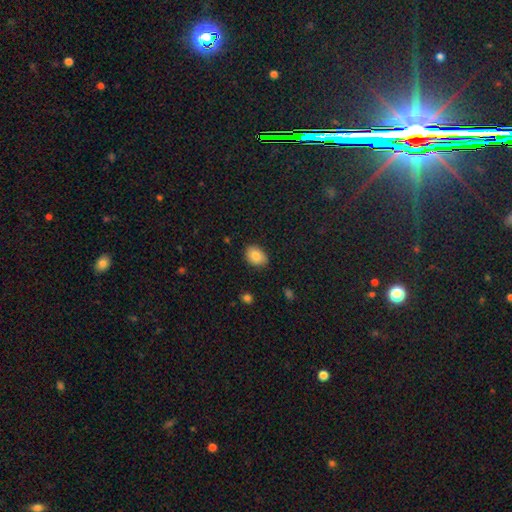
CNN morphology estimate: A smooth galaxy with no disk features (85%) that is in between round and cigar-shaped (74%).

Vote fractions:
- Smooth or featured? smooth: 85% / star or artifact: 8% / featured or disk: 7%
- How rounded? in between: 74% / round: 25% / cigar-shaped: 1%
- Merging? none: 84% / minor disturbance: 12% / major disturbance: 2% / merger: 1%